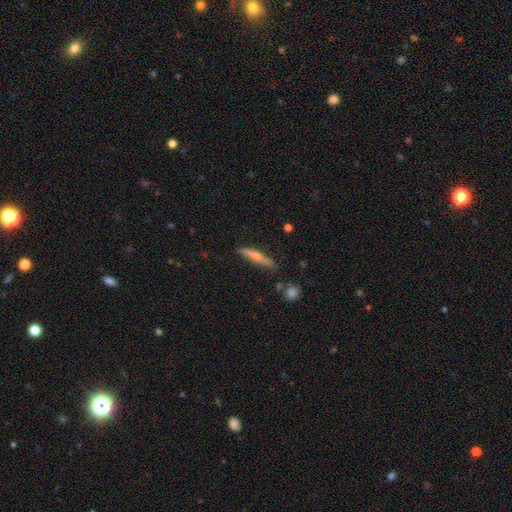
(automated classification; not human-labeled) This is possibly a featured or disk galaxy (50%). Merging: clearly none (83%).